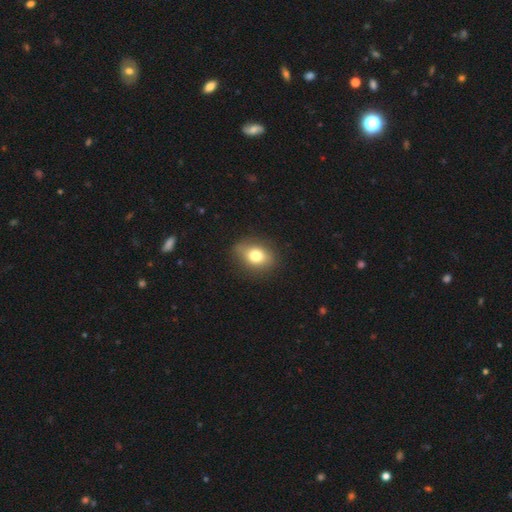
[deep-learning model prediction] smooth-or-featured: smooth: 74% | featured or disk: 17% | star or artifact: 9%
  how-rounded: in between: 69% | round: 29% | cigar-shaped: 2%
  merging: none: 81% | minor disturbance: 14% | major disturbance: 4% | merger: 1%